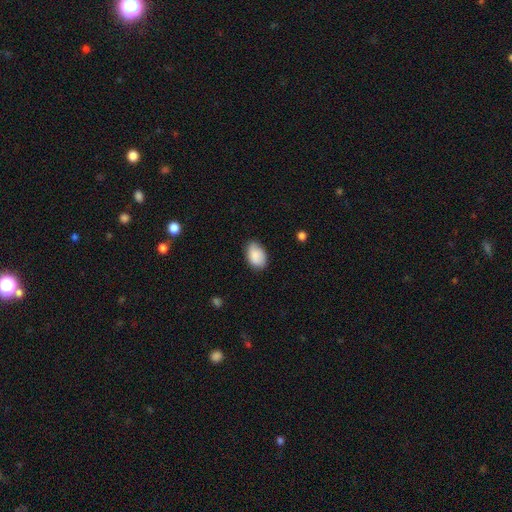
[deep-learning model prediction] Smooth or featured? smooth (87%)
How rounded? in between (89%)
Merging? none (76%)